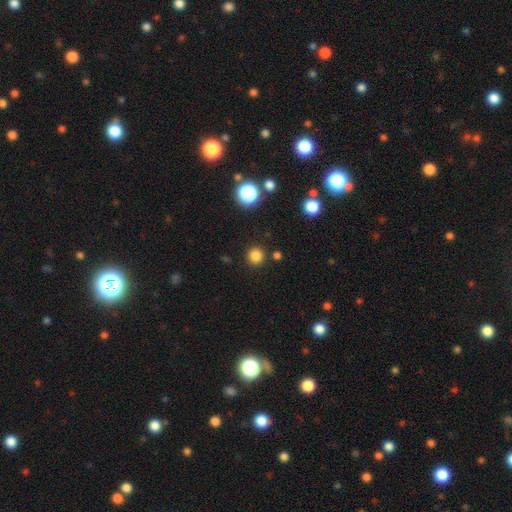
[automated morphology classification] smooth 82%, star or artifact 15%, featured or disk 4%. Down the decision tree: how rounded — round (94%); merging — none (89%).